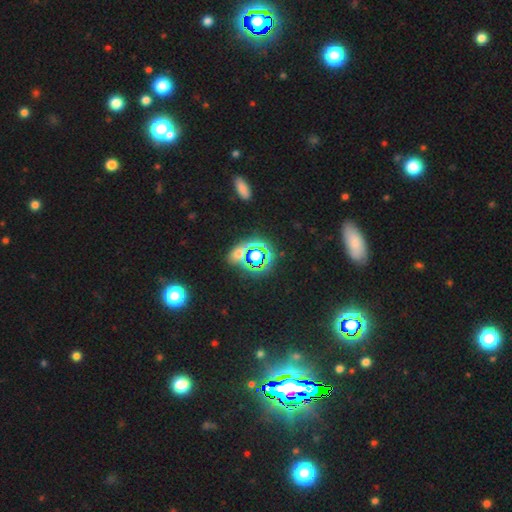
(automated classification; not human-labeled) This is likely a star or artifact rather than a galaxy (64%).